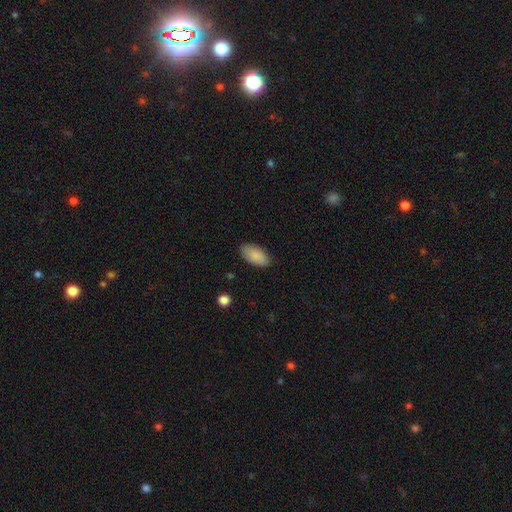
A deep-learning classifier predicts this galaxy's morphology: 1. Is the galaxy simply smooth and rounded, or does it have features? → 88% smooth, 6% star or artifact, 6% featured or disk.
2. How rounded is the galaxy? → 94% in between, 4% cigar-shaped, 2% round.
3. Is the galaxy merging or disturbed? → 85% none, 11% minor disturbance, 2% major disturbance, 1% merger.